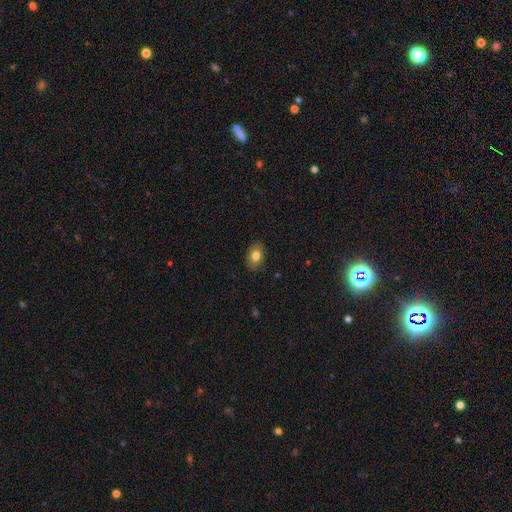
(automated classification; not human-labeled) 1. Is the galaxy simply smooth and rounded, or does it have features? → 80% smooth, 12% featured or disk, 8% star or artifact.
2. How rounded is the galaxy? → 82% in between, 16% round, 1% cigar-shaped.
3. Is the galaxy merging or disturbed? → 86% none, 10% minor disturbance, 2% major disturbance, 1% merger.